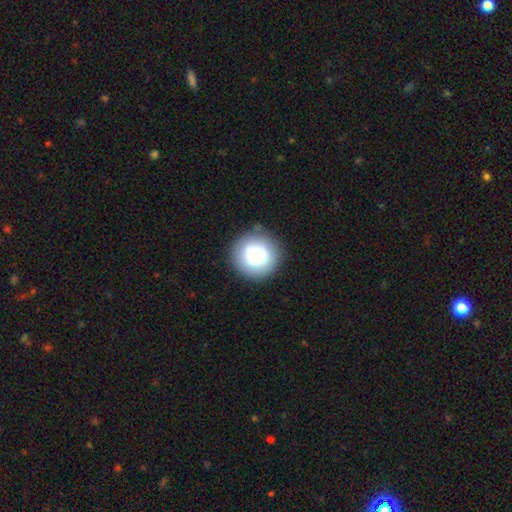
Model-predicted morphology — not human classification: This is clearly a smooth galaxy (82%). How rounded: clearly round (95%). Merging: clearly none (86%).